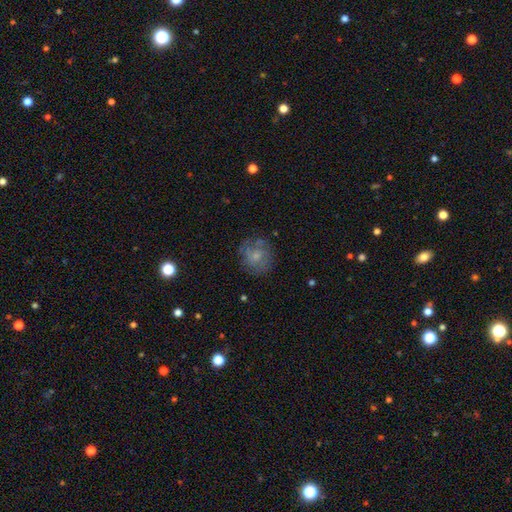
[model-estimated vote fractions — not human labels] Smooth or featured?
  - featured or disk: 48% *
  - smooth: 42%
  - star or artifact: 10%
Merging?
  - none: 71% *
  - minor disturbance: 17%
  - major disturbance: 10%
  - merger: 2%